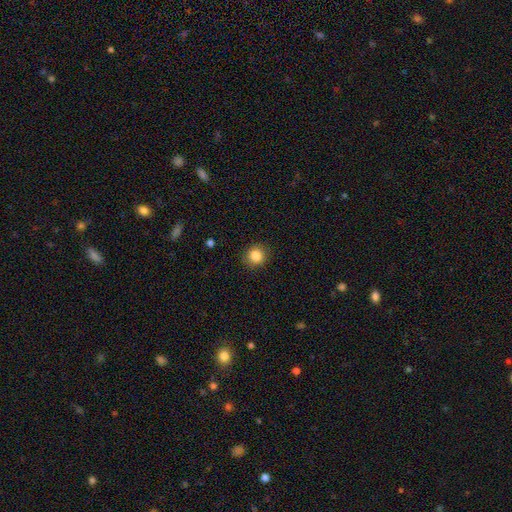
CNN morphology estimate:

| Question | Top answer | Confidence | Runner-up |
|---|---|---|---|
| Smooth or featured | smooth | 86% | star or artifact (10%) |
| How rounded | round | 87% | in between (12%) |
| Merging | none | 89% | minor disturbance (7%) |